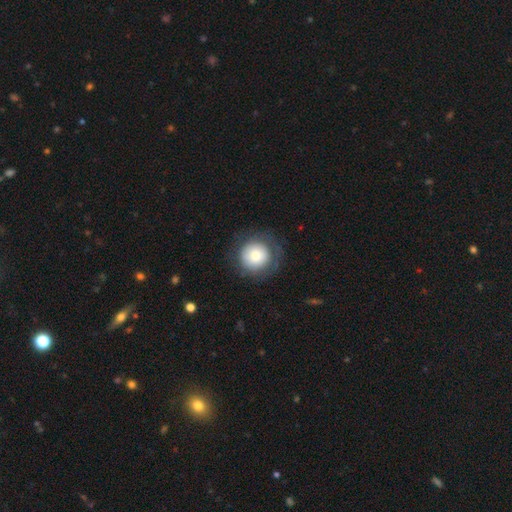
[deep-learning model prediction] Smooth or featured? Predicted: smooth (p=0.72). How rounded? Predicted: round (p=0.94). Merging? Predicted: none (p=0.76).